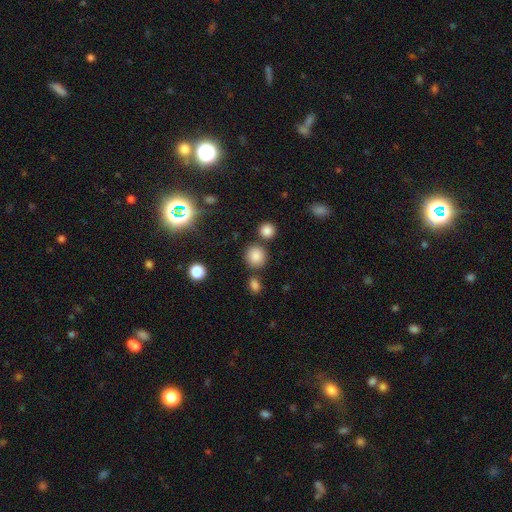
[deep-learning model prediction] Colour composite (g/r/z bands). It shows a smooth galaxy with no disk features (83%) that is round (86%). Merging: none (78%).